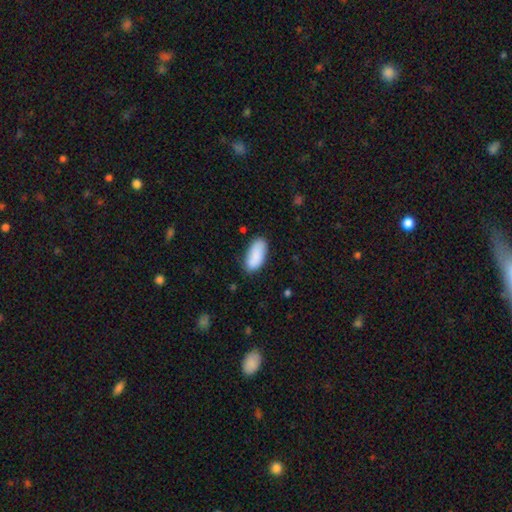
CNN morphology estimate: This appears to be a smooth galaxy with no disk features (87%) that is in between round and cigar-shaped (91%). Merging: none (80%).